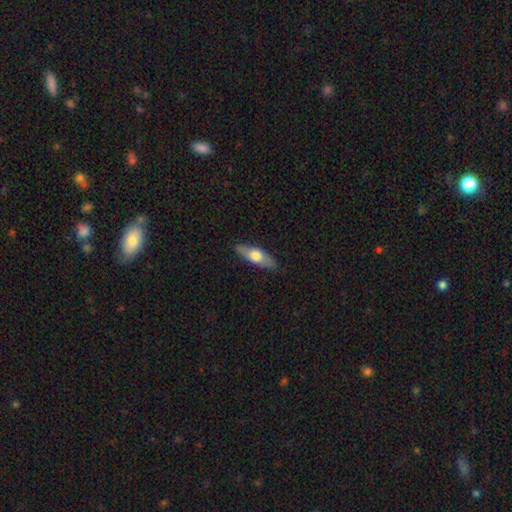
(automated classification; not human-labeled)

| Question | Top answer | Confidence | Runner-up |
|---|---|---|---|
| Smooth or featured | smooth | 56% | featured or disk (39%) |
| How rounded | in between | 53% | cigar-shaped (44%) |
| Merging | none | 86% | minor disturbance (11%) |